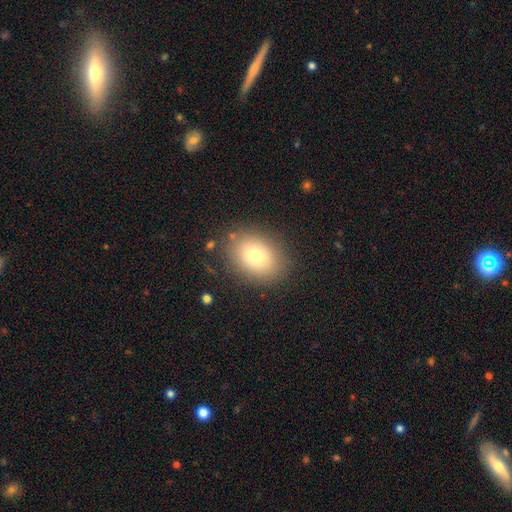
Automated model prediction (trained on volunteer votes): Smooth or featured? Predicted: smooth (p=0.77). How rounded? Predicted: in between (p=0.67). Merging? Predicted: none (p=0.83).